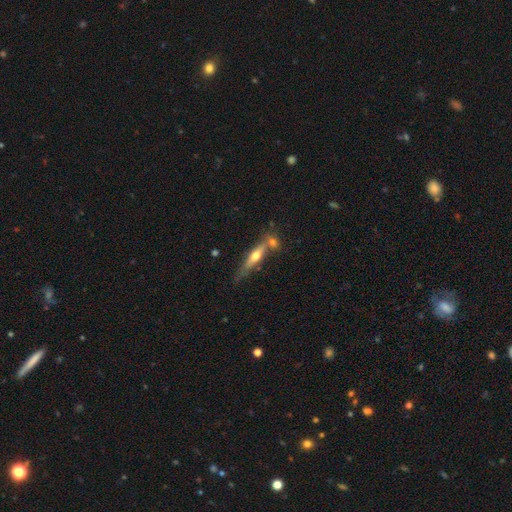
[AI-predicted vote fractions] This is possibly a featured or disk galaxy (54%). It is clearly viewed edge-on (89%). Merging: possibly none (54%).